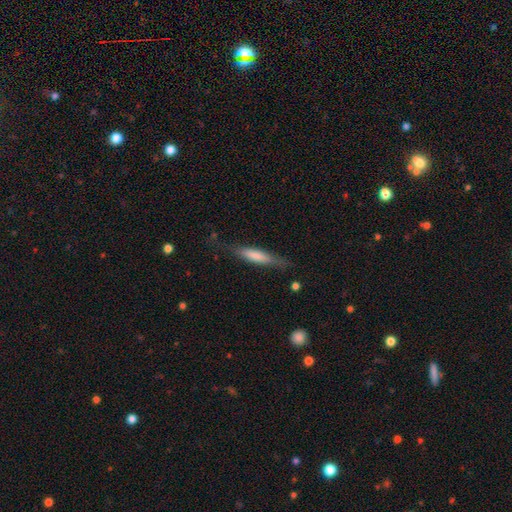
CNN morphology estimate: Overall: smooth (65%; featured or disk 29%). How rounded: cigar-shaped (85%). Merging: none (74%).